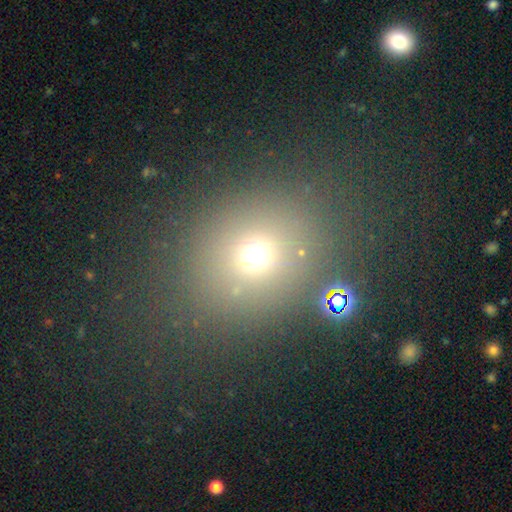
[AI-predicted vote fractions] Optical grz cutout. It shows a smooth galaxy with no disk features (66%) that is round (71%). Merging: none (78%).